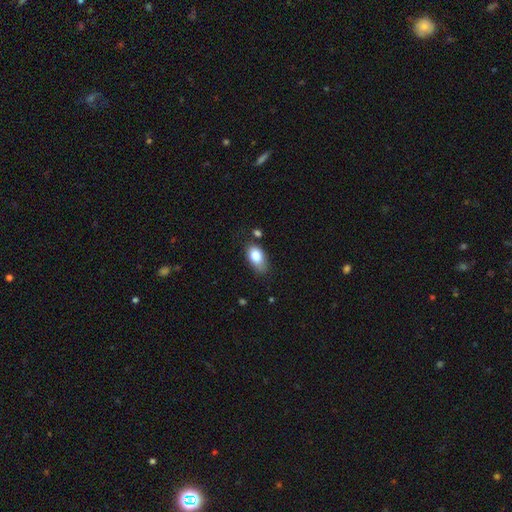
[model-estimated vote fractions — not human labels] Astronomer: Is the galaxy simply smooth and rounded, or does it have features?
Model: smooth — 82%.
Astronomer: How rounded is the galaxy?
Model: in between — 90%.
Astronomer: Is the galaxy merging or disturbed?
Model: none — 59%.